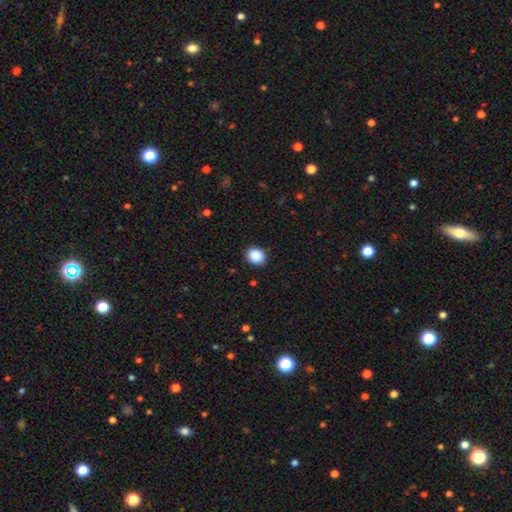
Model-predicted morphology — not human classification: A smooth galaxy with no disk features (89%) that is round (64%).

Vote fractions:
- Smooth or featured? smooth: 89% / star or artifact: 8% / featured or disk: 2%
- How rounded? round: 64% / in between: 35% / cigar-shaped: 1%
- Merging? none: 90% / minor disturbance: 7% / major disturbance: 2% / merger: 1%